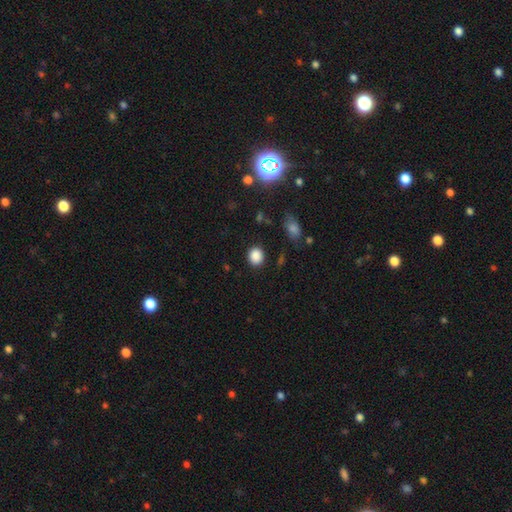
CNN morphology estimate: Q: Smooth or featured?
A: smooth (87%); runner-up: star or artifact (10%)
Q: How rounded?
A: round (68%); runner-up: in between (31%)
Q: Merging?
A: none (87%); runner-up: minor disturbance (8%)